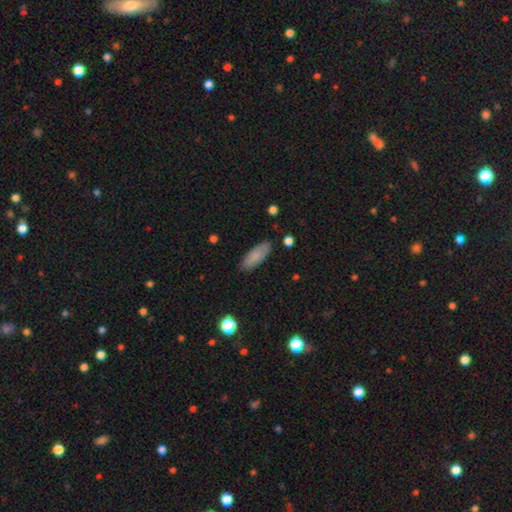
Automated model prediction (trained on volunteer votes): smooth-or-featured: smooth: 83% | featured or disk: 10% | star or artifact: 7%
  how-rounded: in between: 71% | cigar-shaped: 28% | round: 2%
  merging: none: 85% | minor disturbance: 12% | major disturbance: 2% | merger: 1%